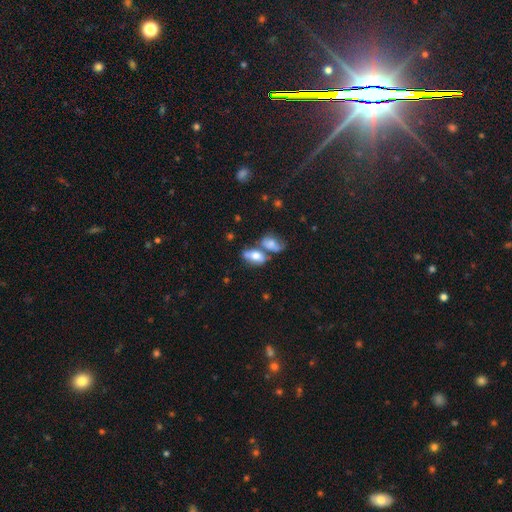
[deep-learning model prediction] smooth_or_featured: smooth (p=0.64) [alt: featured or disk p=0.26]
how_rounded: in between (p=0.83) [alt: round p=0.09]
merging: merger (p=0.44) [alt: none p=0.34]